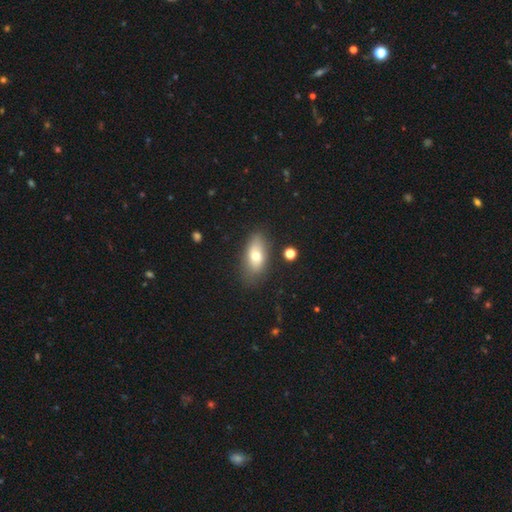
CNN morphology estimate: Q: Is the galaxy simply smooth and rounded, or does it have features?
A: smooth — 67%.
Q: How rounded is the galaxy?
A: in between — 85%.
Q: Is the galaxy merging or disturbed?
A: none — 79%.